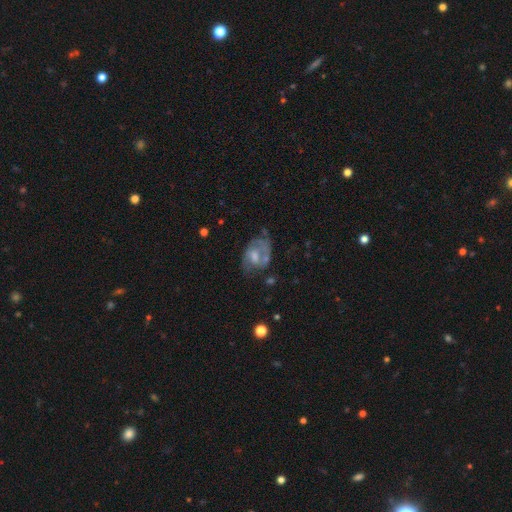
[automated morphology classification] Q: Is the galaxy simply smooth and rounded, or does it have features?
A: featured or disk — 63%.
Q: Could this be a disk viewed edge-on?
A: no — 97%.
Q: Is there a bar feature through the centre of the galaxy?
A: no — 54%.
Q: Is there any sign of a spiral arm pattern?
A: yes — 68%.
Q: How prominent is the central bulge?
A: moderate — 47%.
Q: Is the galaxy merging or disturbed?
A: none — 41%.